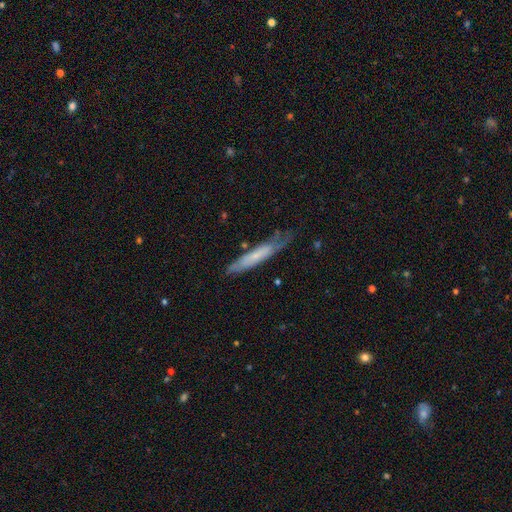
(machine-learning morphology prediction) smooth 48%, featured or disk 45%, star or artifact 6%. Down the decision tree: merging — none (57%).